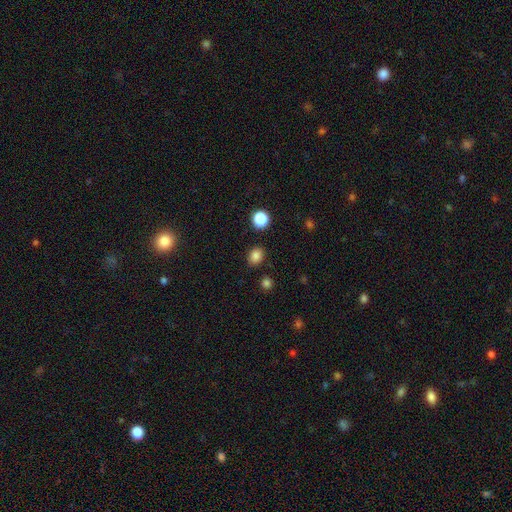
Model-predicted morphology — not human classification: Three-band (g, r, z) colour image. It shows a smooth galaxy with no disk features (84%) that is round (53%). Merging: none (86%).